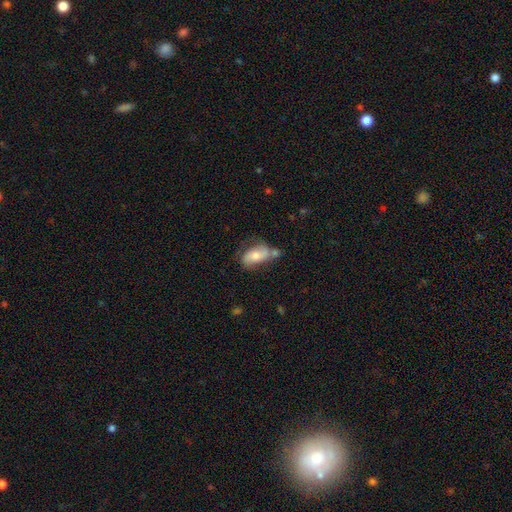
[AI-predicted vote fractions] This is likely a smooth galaxy (61%). How rounded: clearly in between (88%). Merging: marginally none (44%).